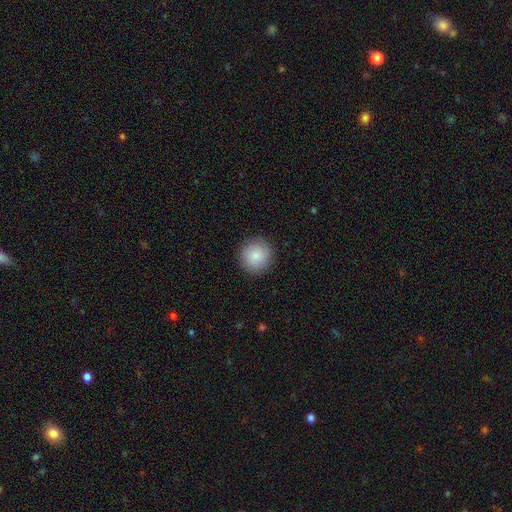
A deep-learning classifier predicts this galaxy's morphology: This appears to be a smooth galaxy with no disk features (87%) that is round (94%). Merging: none (91%).